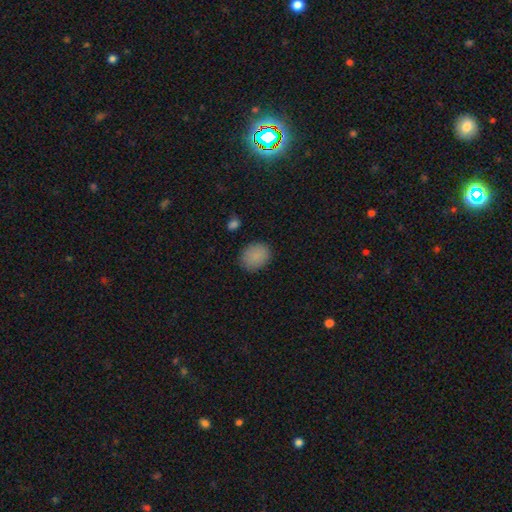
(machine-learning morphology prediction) type=smooth (87%); roundness=round (52%); merging=none (85%).